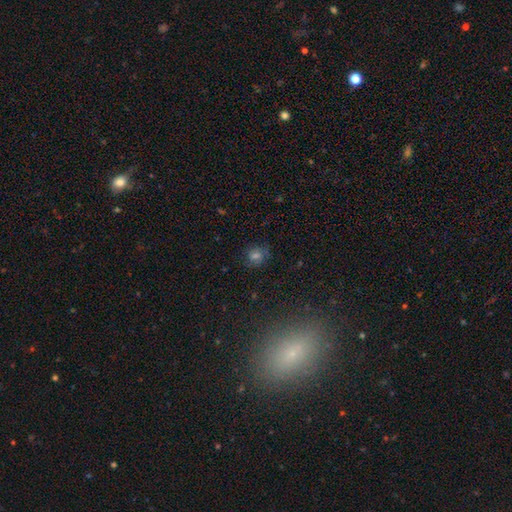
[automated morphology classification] smooth 55%, star or artifact 30%, featured or disk 14%. Down the decision tree: how rounded — round (80%); merging — none (79%).